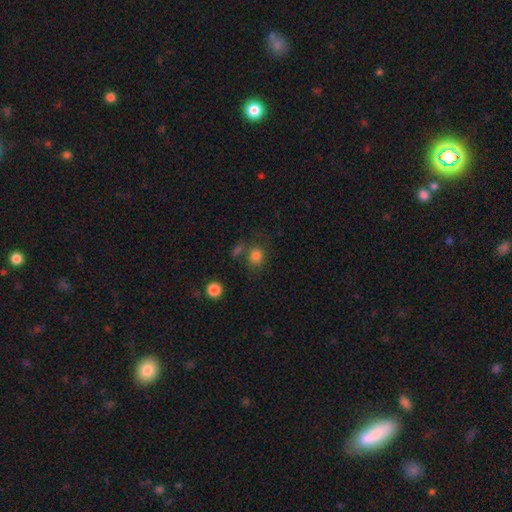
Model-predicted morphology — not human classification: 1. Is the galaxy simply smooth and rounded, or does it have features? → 81% smooth, 13% star or artifact, 6% featured or disk.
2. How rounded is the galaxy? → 74% round, 25% in between, 1% cigar-shaped.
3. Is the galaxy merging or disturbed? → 63% none, 15% merger, 14% minor disturbance, 8% major disturbance.